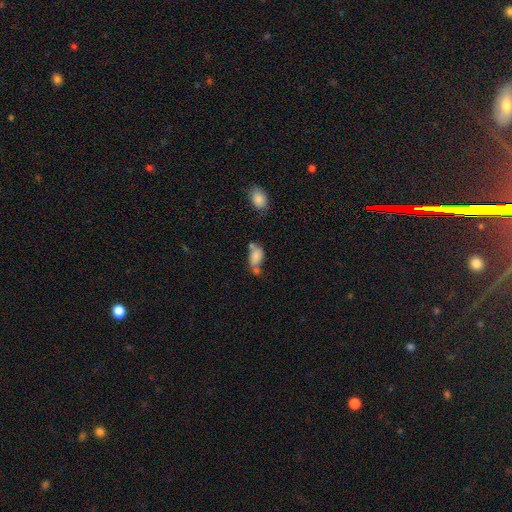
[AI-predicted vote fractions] Overall: smooth (78%). How rounded: in between (88%). Merging: merger (41%; none 31%).